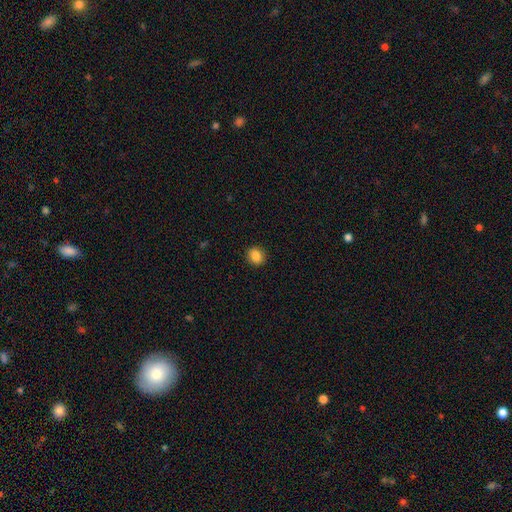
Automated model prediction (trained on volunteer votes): A smooth galaxy with no disk features (86%) that is round (68%). Merging: none (90%).